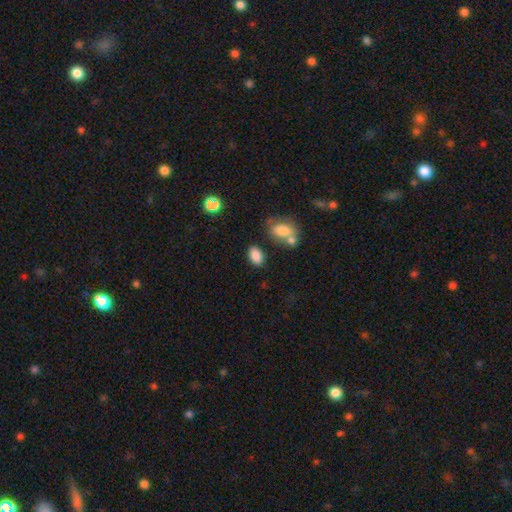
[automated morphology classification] smooth-or-featured: smooth: 86% | star or artifact: 9% | featured or disk: 5%
  how-rounded: in between: 88% | round: 10% | cigar-shaped: 2%
  merging: none: 77% | minor disturbance: 12% | merger: 7% | major disturbance: 4%